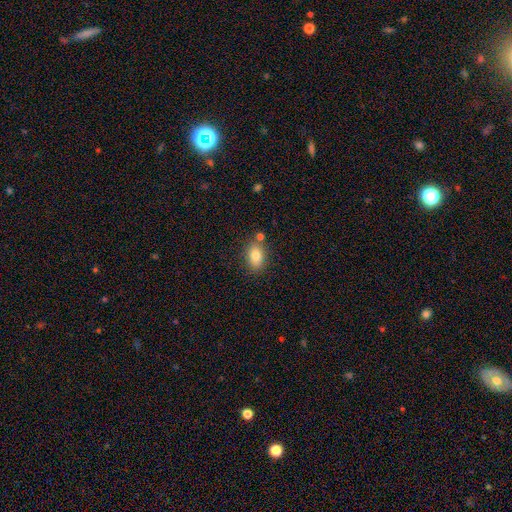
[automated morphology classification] The model was most divided on "merging": none: 76%, minor disturbance: 12%, merger: 9%, major disturbance: 3%. More confident: how rounded — in between (84%); smooth or featured — smooth (81%).